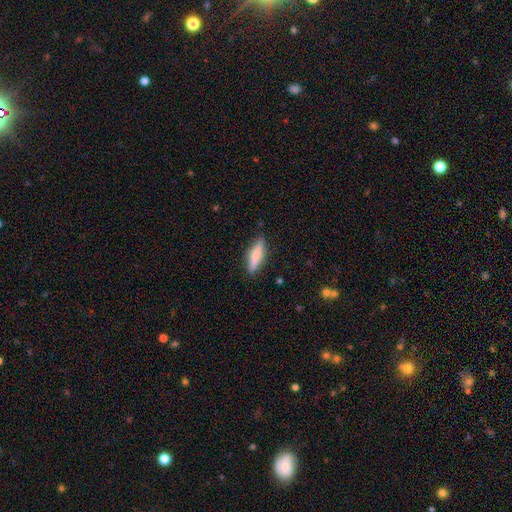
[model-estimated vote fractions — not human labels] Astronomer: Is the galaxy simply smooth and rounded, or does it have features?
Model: smooth — 70%.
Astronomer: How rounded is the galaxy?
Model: cigar-shaped — 69%.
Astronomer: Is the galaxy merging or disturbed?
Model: none — 84%.